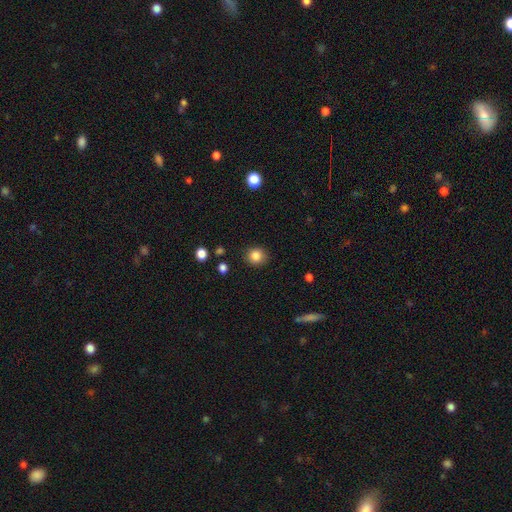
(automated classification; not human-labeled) Smooth or featured: smooth — 85% (star or artifact — 10%)
How rounded: round — 82% (in between — 17%)
Merging: none — 86% (minor disturbance — 9%)